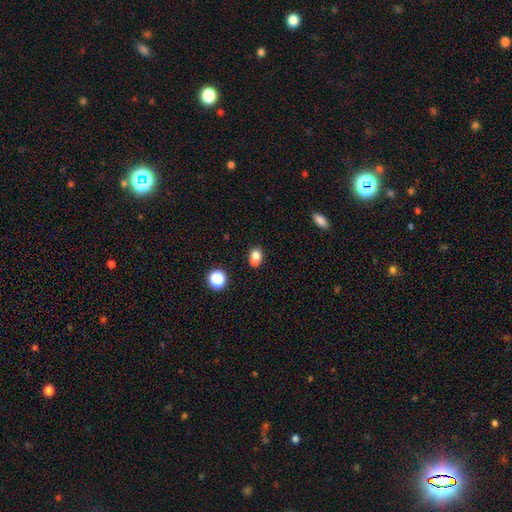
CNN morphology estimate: smooth-or-featured: smooth: 73% | featured or disk: 14% | star or artifact: 13%
  how-rounded: round: 58% | in between: 41% | cigar-shaped: 1%
  merging: merger: 54% | none: 33% | minor disturbance: 9% | major disturbance: 4%